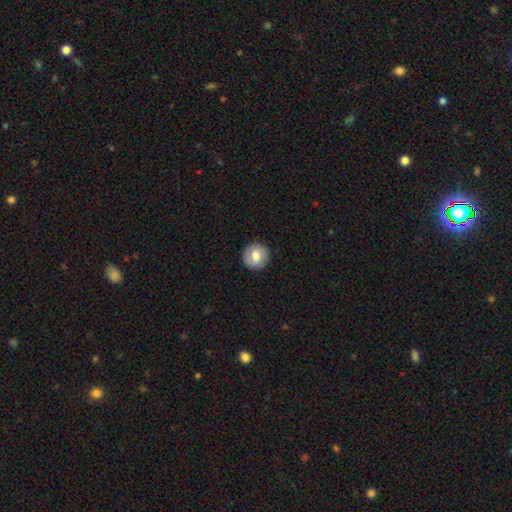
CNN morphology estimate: smooth-or-featured: smooth: 76% | featured or disk: 17% | star or artifact: 8%
  how-rounded: round: 93% | in between: 6% | cigar-shaped: 1%
  merging: none: 91% | minor disturbance: 6% | major disturbance: 2% | merger: 1%